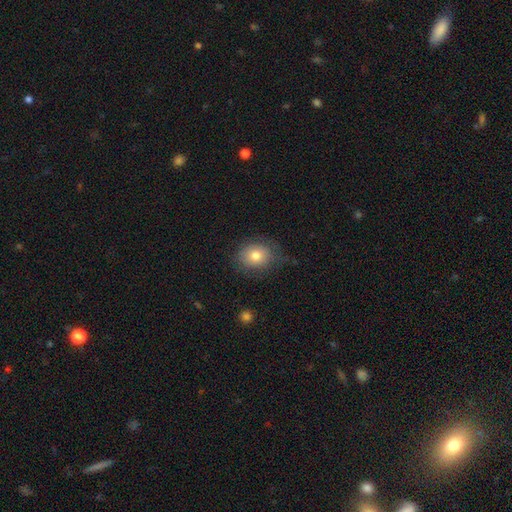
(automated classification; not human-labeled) Smooth or featured? smooth (77%)
How rounded? round (56%)
Merging? none (68%)